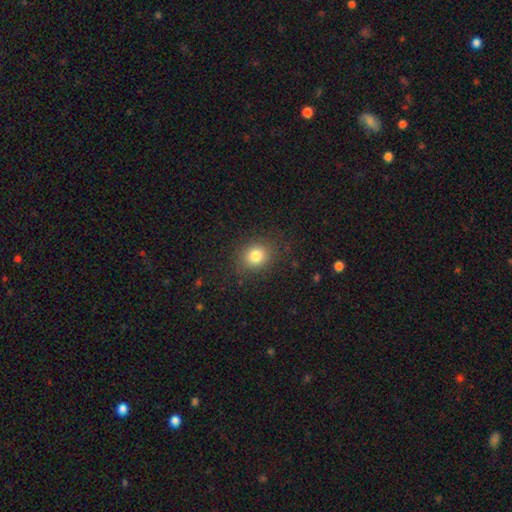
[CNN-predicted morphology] This is clearly a smooth galaxy (81%). How rounded: likely round (64%). Merging: clearly none (84%).